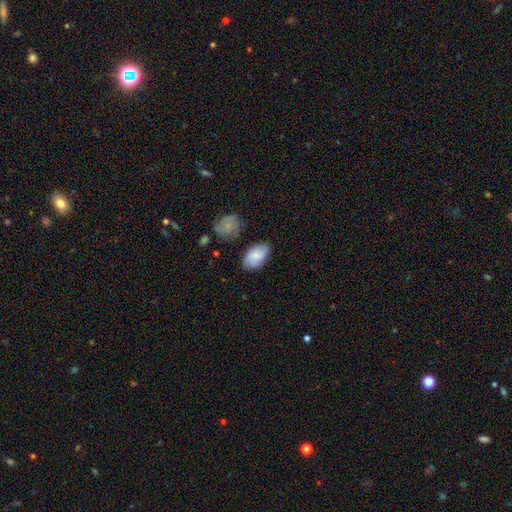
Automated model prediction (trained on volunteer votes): Morphology: type=smooth (76%); roundness=in between (92%); merging=none (76%).